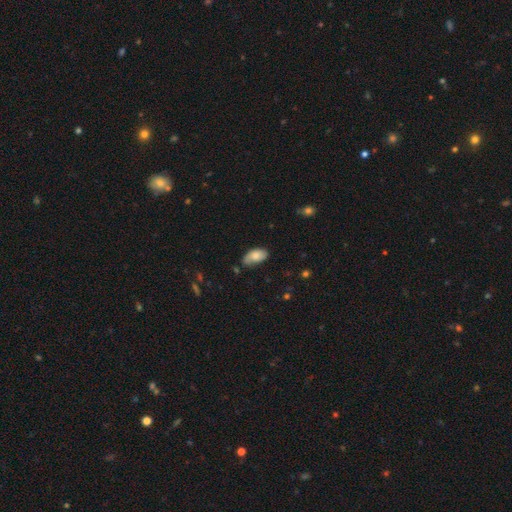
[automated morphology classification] A smooth galaxy with no disk features (77%) that is in between round and cigar-shaped (94%).

Vote fractions:
- Smooth or featured? smooth: 77% / featured or disk: 16% / star or artifact: 7%
- How rounded? in between: 94% / round: 3% / cigar-shaped: 3%
- Merging? none: 57% / minor disturbance: 33% / major disturbance: 7% / merger: 3%